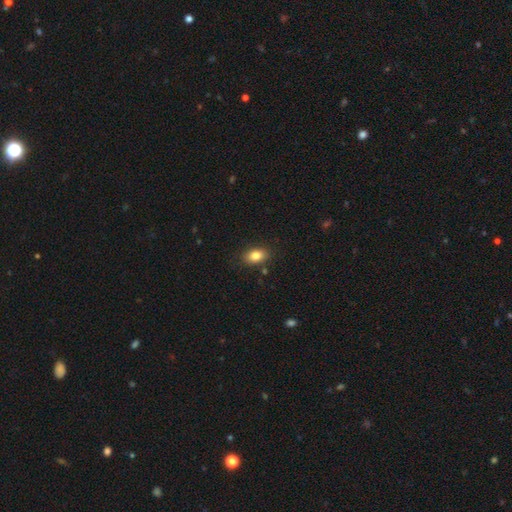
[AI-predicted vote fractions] smooth_or_featured: smooth (p=0.84) [alt: star or artifact p=0.09]
how_rounded: in between (p=0.82) [alt: round p=0.16]
merging: none (p=0.86) [alt: minor disturbance p=0.10]